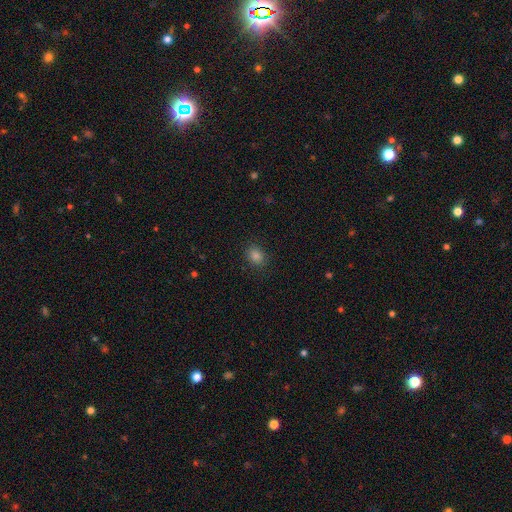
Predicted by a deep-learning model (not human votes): Morphology: type=smooth (81%); roundness=round (59%); merging=none (88%).